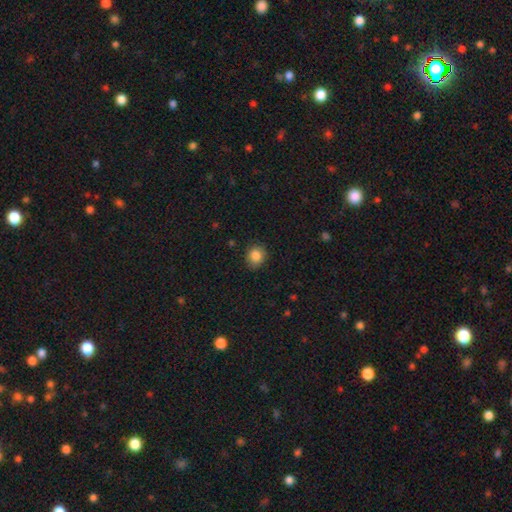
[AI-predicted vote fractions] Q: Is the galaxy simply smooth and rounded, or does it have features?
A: smooth — 85%.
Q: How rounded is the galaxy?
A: round — 75%.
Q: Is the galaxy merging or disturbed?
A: none — 86%.